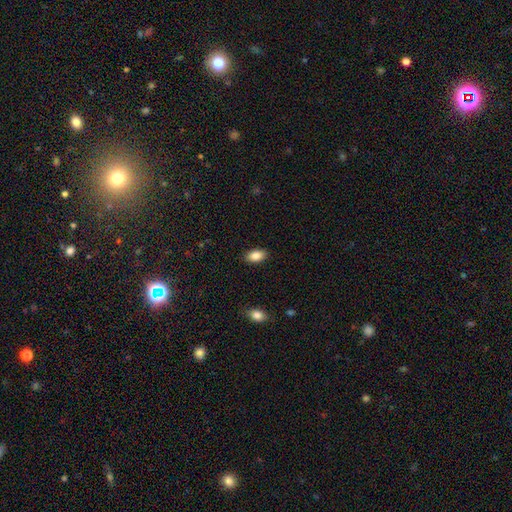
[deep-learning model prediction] Smooth or featured?
  - smooth: 86% *
  - star or artifact: 8%
  - featured or disk: 6%
How rounded?
  - in between: 91% *
  - round: 6%
  - cigar-shaped: 2%
Merging?
  - none: 88% *
  - minor disturbance: 9%
  - major disturbance: 2%
  - merger: 1%